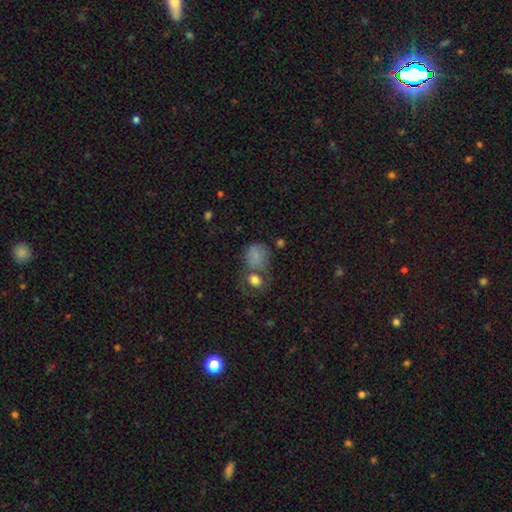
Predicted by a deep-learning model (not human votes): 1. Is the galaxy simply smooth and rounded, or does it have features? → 73% smooth, 14% featured or disk, 13% star or artifact.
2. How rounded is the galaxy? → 63% round, 36% in between, 1% cigar-shaped.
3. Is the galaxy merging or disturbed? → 36% none, 32% merger, 18% minor disturbance, 14% major disturbance.